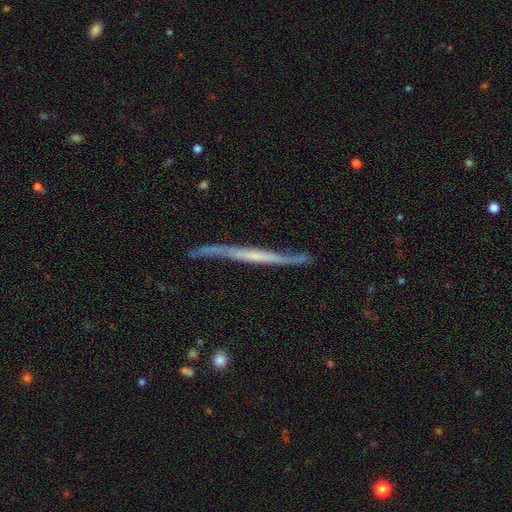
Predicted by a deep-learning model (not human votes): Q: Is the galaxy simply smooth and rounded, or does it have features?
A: featured or disk — 74%.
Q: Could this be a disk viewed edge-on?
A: yes — 86%.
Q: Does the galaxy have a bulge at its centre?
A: none — 73%.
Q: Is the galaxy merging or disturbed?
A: none — 67%.